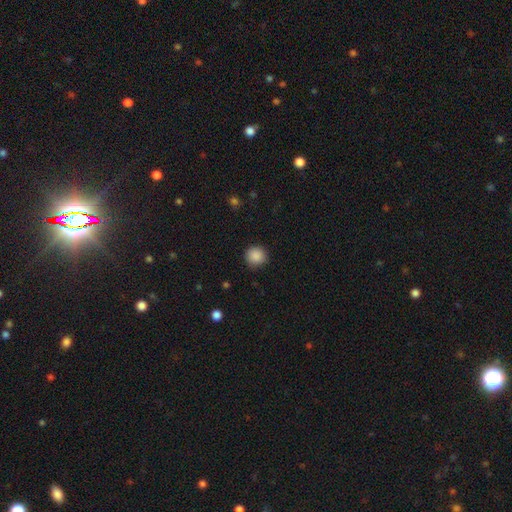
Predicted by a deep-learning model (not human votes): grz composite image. It shows a smooth galaxy with no disk features (88%) that is round (93%). Merging: none (90%).